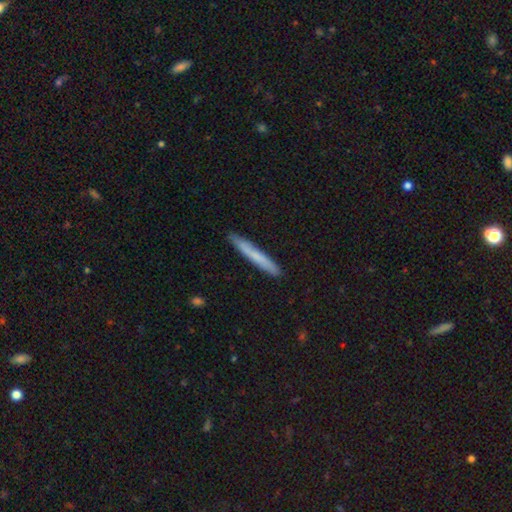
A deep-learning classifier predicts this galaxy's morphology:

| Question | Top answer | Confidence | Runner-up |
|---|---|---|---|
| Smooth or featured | smooth | 70% | featured or disk (25%) |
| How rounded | cigar-shaped | 96% | in between (2%) |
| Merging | none | 89% | minor disturbance (9%) |